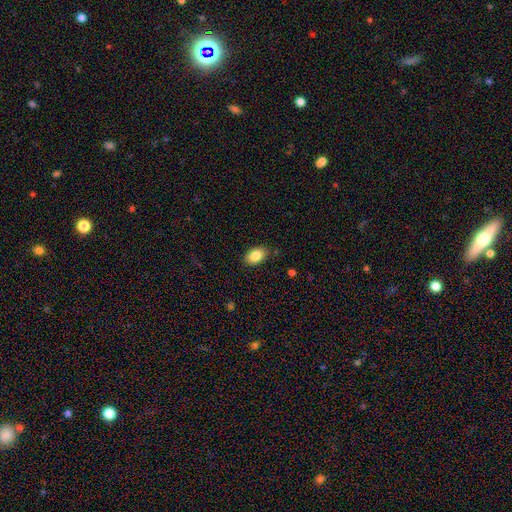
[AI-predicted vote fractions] The model was most divided on "how rounded": in between: 88%, round: 11%, cigar-shaped: 1%. More confident: merging — none (87%); smooth or featured — smooth (86%).